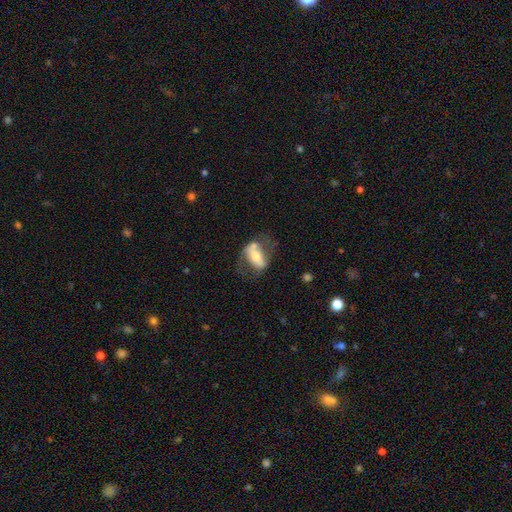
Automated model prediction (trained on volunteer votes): A featured or disk galaxy (52%).

Vote fractions:
- Smooth or featured? featured or disk: 52% / smooth: 41% / star or artifact: 7%
- Edge-on disk? no: 85% / yes: 15%
- Merging? none: 43% / major disturbance: 24% / minor disturbance: 23% / merger: 11%